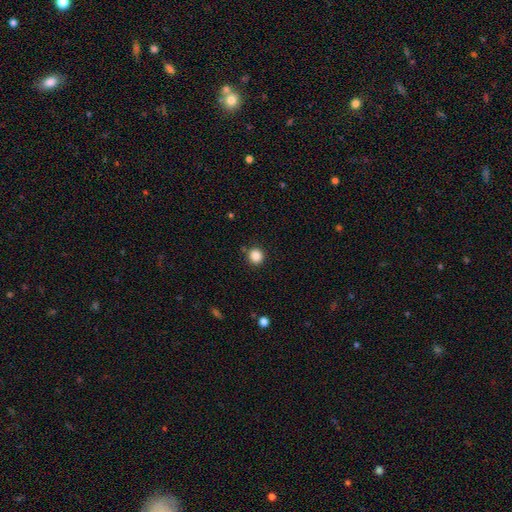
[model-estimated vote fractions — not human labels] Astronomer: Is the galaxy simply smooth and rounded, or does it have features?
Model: smooth — 86%.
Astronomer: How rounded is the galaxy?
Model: round — 92%.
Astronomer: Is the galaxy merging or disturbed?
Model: none — 87%.